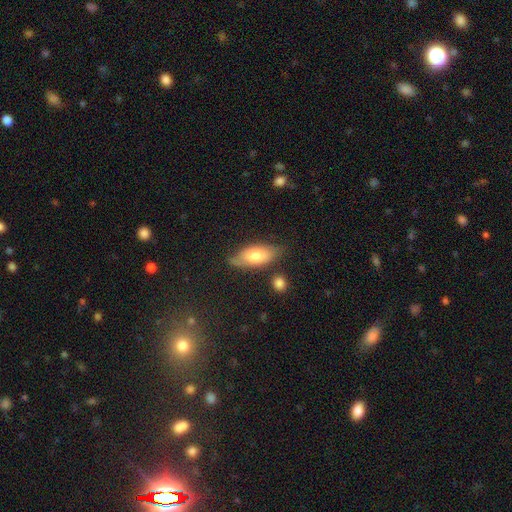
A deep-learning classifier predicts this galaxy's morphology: Smooth or featured? Predicted: smooth (p=0.67). How rounded? Predicted: in between (p=0.84). Merging? Predicted: none (p=0.66).